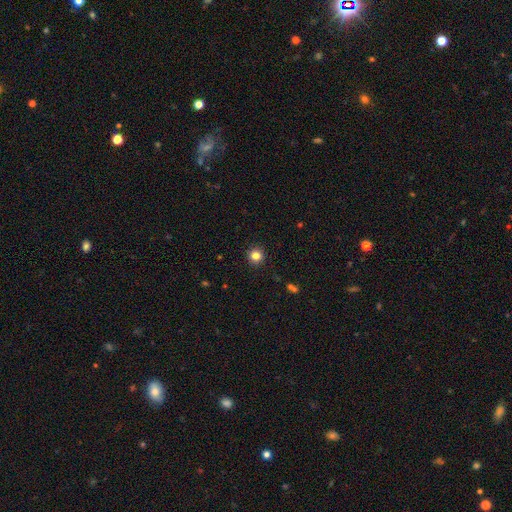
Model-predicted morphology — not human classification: smooth-or-featured: smooth: 82% | star or artifact: 12% | featured or disk: 5%
  how-rounded: round: 94% | in between: 5% | cigar-shaped: 1%
  merging: none: 92% | minor disturbance: 5% | major disturbance: 2% | merger: 1%